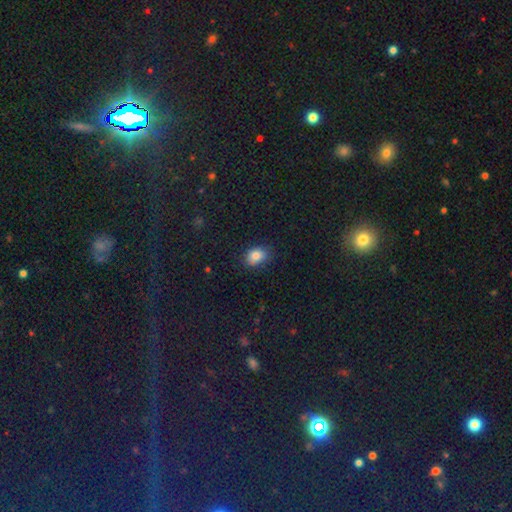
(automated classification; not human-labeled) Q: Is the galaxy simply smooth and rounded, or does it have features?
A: smooth — 82%.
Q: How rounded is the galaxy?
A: in between — 71%.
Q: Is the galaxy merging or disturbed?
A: none — 77%.